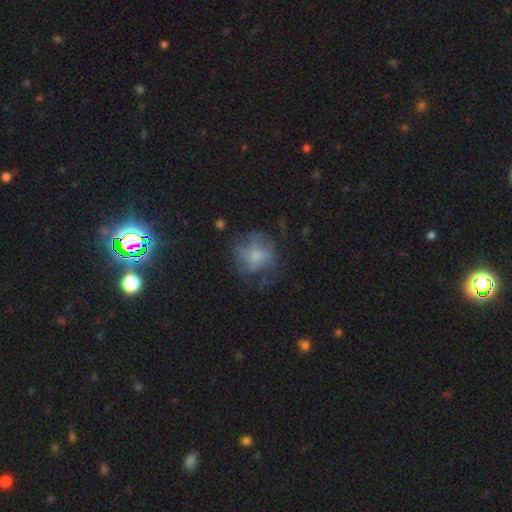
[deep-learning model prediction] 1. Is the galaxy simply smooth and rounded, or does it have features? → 49% smooth, 39% featured or disk, 12% star or artifact.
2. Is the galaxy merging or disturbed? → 53% none, 23% major disturbance, 22% minor disturbance, 2% merger.